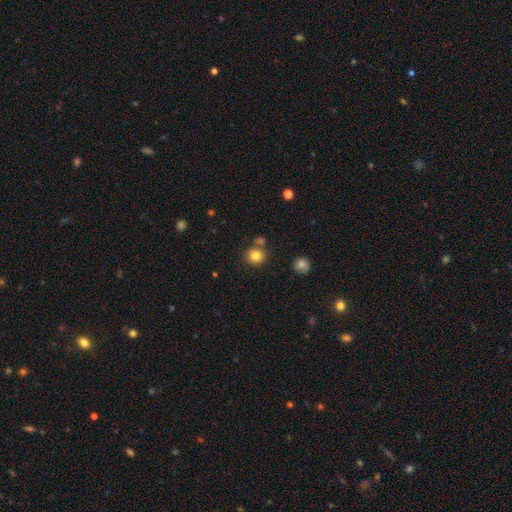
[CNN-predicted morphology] Q: Smooth or featured?
A: smooth (82%); runner-up: star or artifact (12%)
Q: How rounded?
A: round (91%); runner-up: in between (8%)
Q: Merging?
A: none (76%); runner-up: merger (12%)